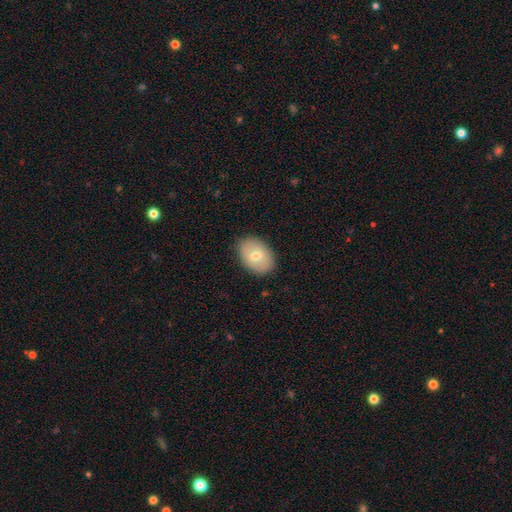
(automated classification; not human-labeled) The model was most divided on "smooth or featured": smooth: 70%, featured or disk: 23%, star or artifact: 7%. More confident: merging — none (87%); how rounded — in between (79%).